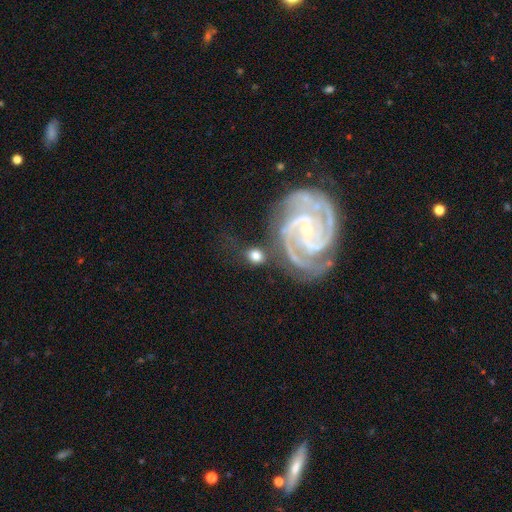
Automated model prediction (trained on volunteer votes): Q: Smooth or featured?
A: smooth (52%); runner-up: featured or disk (40%)
Q: How rounded?
A: round (55%); runner-up: in between (43%)
Q: Merging?
A: none (67%); runner-up: minor disturbance (16%)